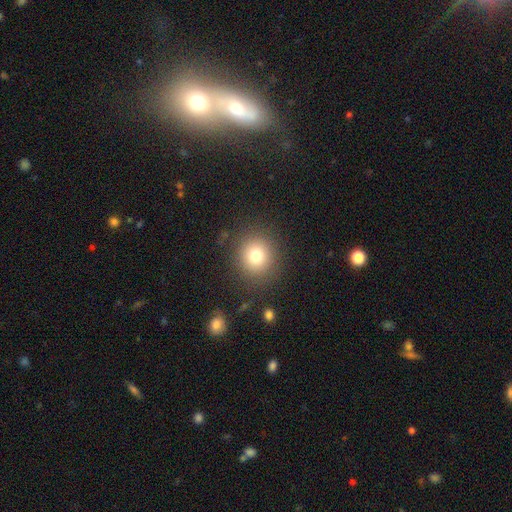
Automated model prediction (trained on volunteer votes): Smooth or featured?
  - smooth: 77% *
  - star or artifact: 13%
  - featured or disk: 10%
How rounded?
  - round: 91% *
  - in between: 9%
  - cigar-shaped: 1%
Merging?
  - none: 87% *
  - minor disturbance: 8%
  - major disturbance: 4%
  - merger: 2%